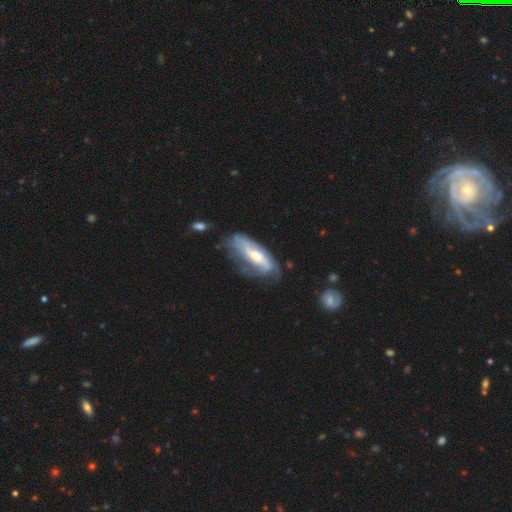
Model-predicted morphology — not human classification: smooth_or_featured: featured or disk (p=0.71) [alt: smooth p=0.23]
disk_edge_on: no (p=0.83) [alt: yes p=0.17]
bar: no (p=0.44) [alt: weak p=0.35]
has_spiral_arms: yes (p=0.80) [alt: no p=0.20]
bulge_size: moderate (p=0.58) [alt: small p=0.34]
merging: none (p=0.52) [alt: minor disturbance p=0.28]